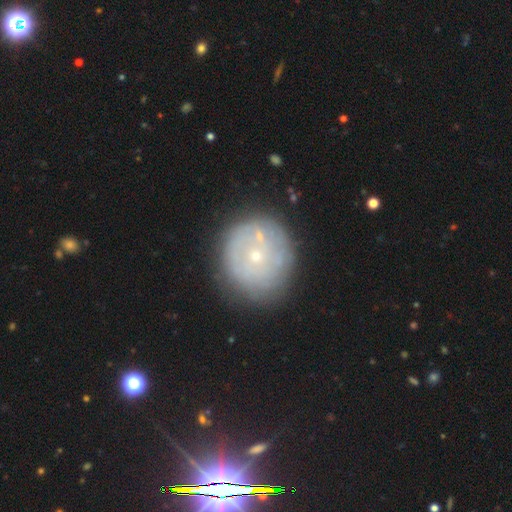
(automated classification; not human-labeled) Smooth or featured? featured or disk (51%)
Edge-on disk? no (97%)
Merging? none (71%)